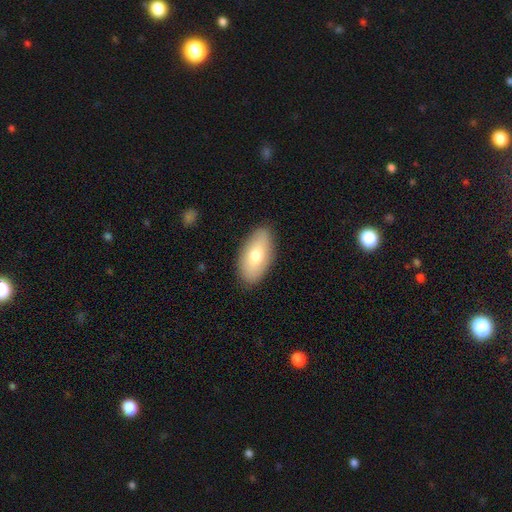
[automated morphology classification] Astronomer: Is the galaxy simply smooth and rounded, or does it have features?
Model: smooth — 70%.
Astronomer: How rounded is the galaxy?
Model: in between — 92%.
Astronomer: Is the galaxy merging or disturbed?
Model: none — 87%.